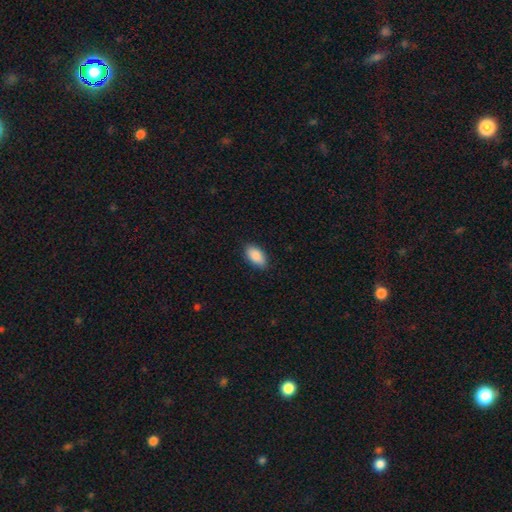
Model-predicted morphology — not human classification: smooth-or-featured: smooth: 89% | star or artifact: 6% | featured or disk: 5%
  how-rounded: in between: 93% | cigar-shaped: 4% | round: 3%
  merging: none: 86% | minor disturbance: 11% | major disturbance: 2% | merger: 1%